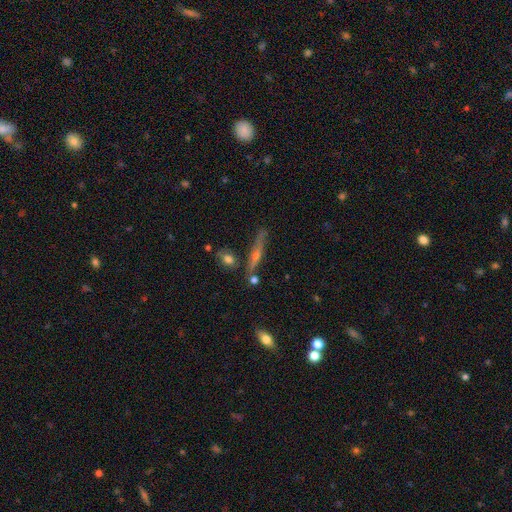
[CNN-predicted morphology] The model was most divided on "smooth or featured": featured or disk: 64%, smooth: 26%, star or artifact: 10%. More confident: edge-on disk — yes (94%); edge-on bulge — rounded (78%); merging — none (76%).